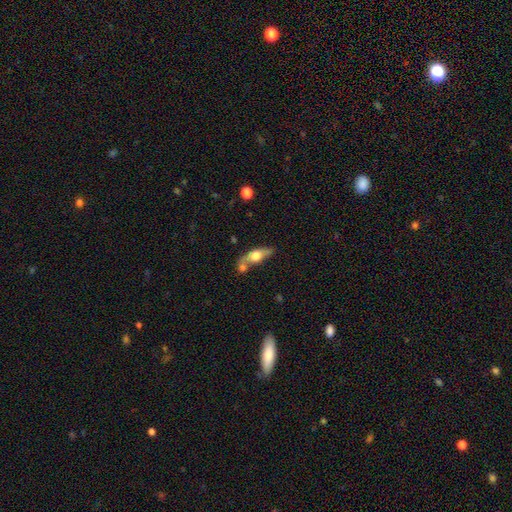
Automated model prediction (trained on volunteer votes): Morphology: type=smooth (49%); merging=none (47%).